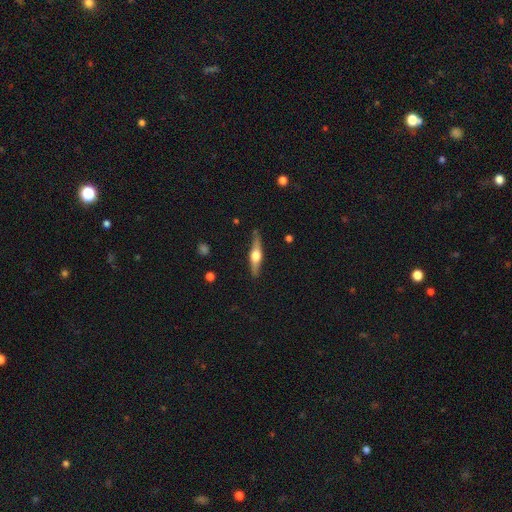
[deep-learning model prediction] Overall: featured or disk (68%). Edge-on disk: yes (96%). Edge-on bulge: rounded (94%). Merging: none (85%).